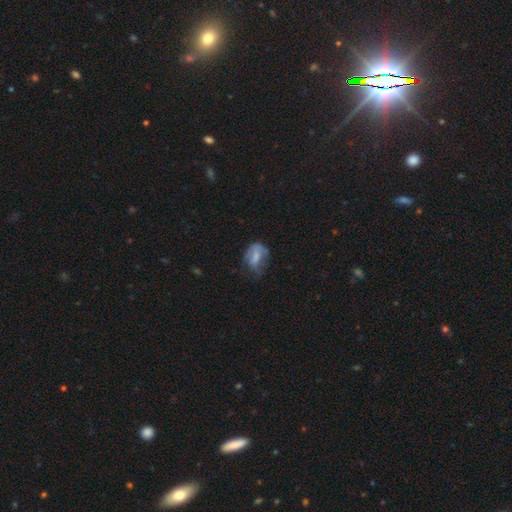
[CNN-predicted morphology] A smooth galaxy with no disk features (53%) that is in between round and cigar-shaped (72%). Merging: none (34%).